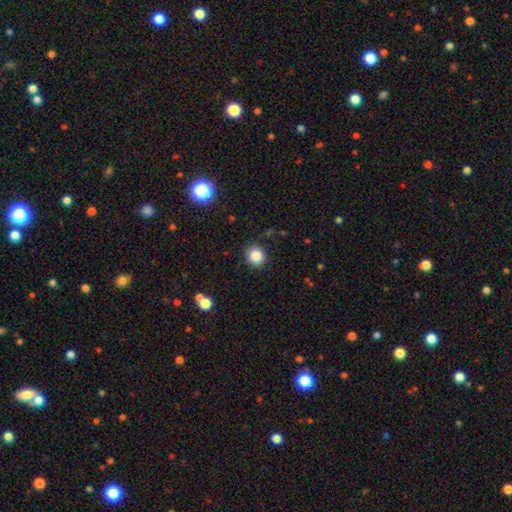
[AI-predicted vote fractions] A smooth galaxy with no disk features (85%) that is round (86%). Merging: none (89%).